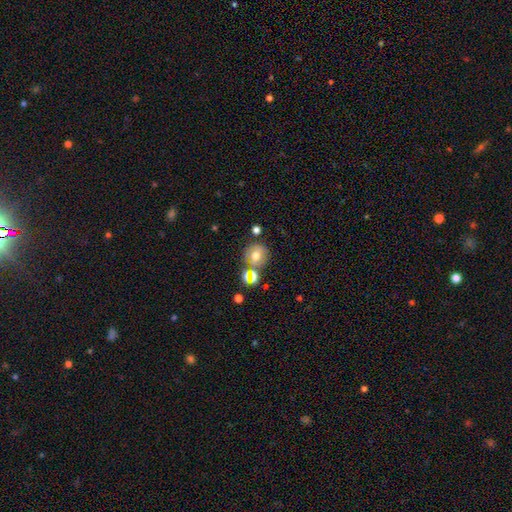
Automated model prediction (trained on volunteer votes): This appears to be a smooth galaxy with no disk features (60%) that is round (77%). Merging: none (53%).